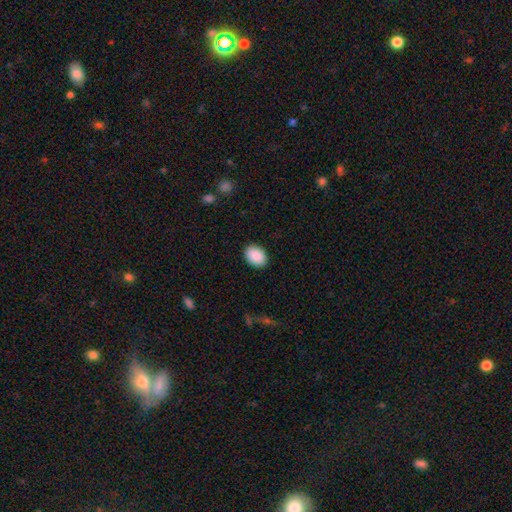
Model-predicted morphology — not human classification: This appears to be a smooth galaxy with no disk features (90%) that is in between round and cigar-shaped (71%). Merging: none (88%).